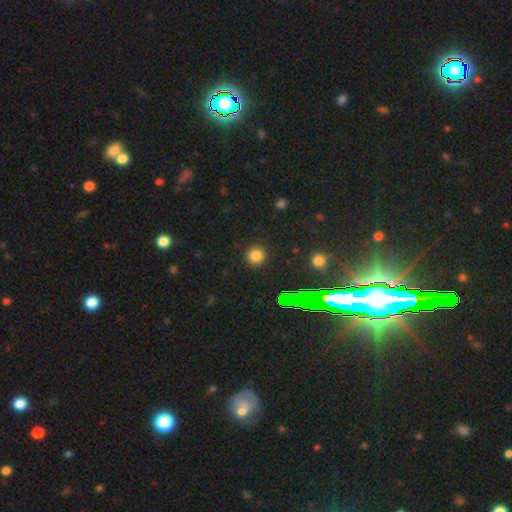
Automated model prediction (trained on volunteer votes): Smooth or featured: smooth — 78% (star or artifact — 17%)
How rounded: round — 93% (in between — 6%)
Merging: none — 91% (minor disturbance — 6%)